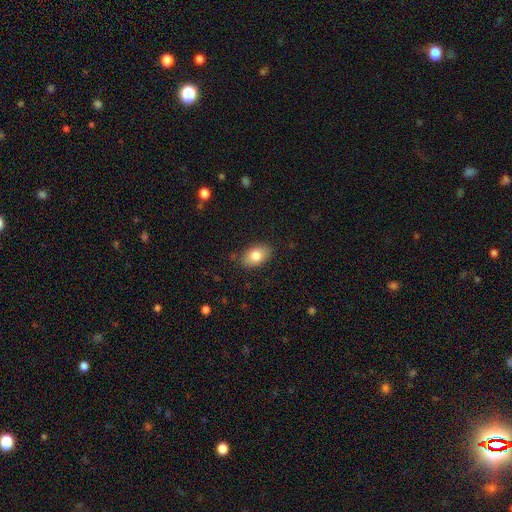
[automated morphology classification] Q: Smooth or featured?
A: smooth (80%); runner-up: featured or disk (12%)
Q: How rounded?
A: in between (90%); runner-up: round (8%)
Q: Merging?
A: none (85%); runner-up: minor disturbance (11%)